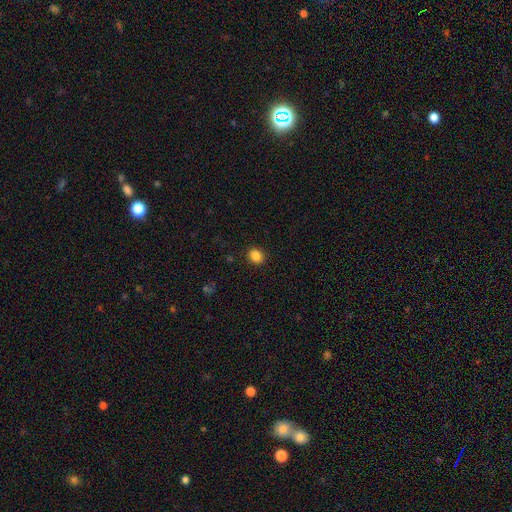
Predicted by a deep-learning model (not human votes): Smooth or featured: smooth — 86% (star or artifact — 11%)
How rounded: round — 62% (in between — 37%)
Merging: none — 90% (minor disturbance — 6%)